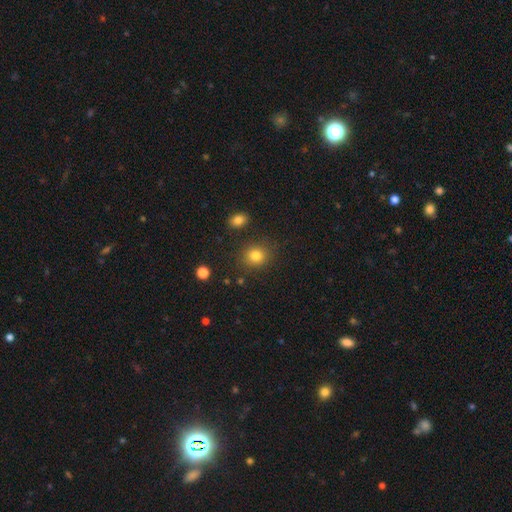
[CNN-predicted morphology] This is clearly a smooth galaxy (82%). How rounded: likely round (76%). Merging: clearly none (84%).